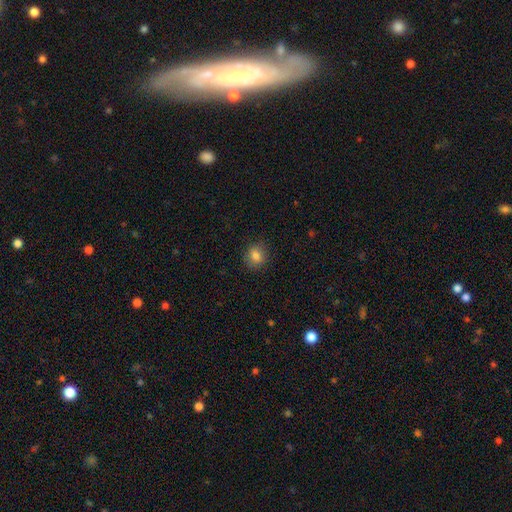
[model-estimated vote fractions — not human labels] Smooth or featured? Predicted: smooth (p=0.81). How rounded? Predicted: round (p=0.73). Merging? Predicted: none (p=0.87).